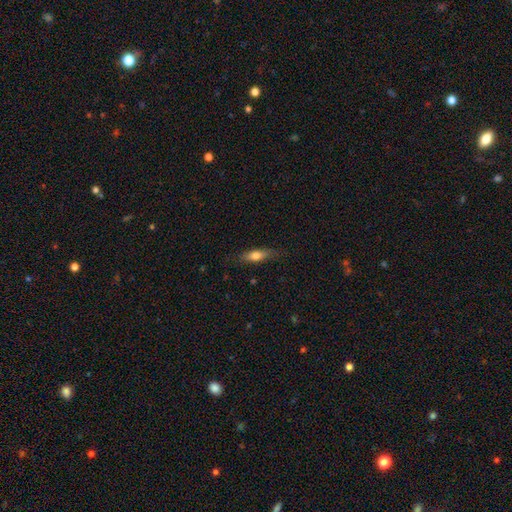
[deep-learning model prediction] smooth_or_featured: smooth (p=0.68) [alt: featured or disk p=0.25]
how_rounded: cigar-shaped (p=0.49) [alt: in between p=0.48]
merging: none (p=0.77) [alt: minor disturbance p=0.17]